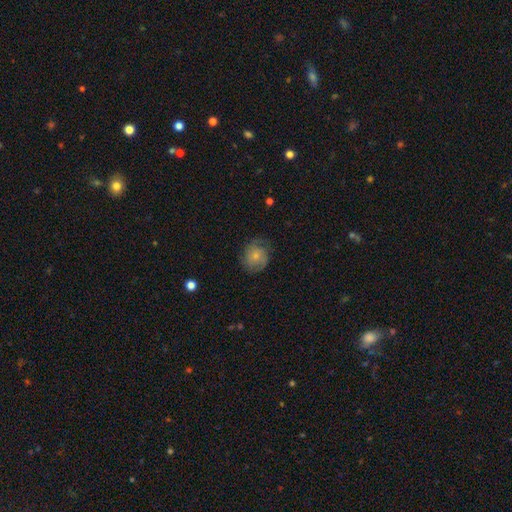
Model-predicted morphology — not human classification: Smooth or featured: smooth — 53% (featured or disk — 39%)
How rounded: round — 78% (in between — 21%)
Merging: none — 66% (minor disturbance — 23%)